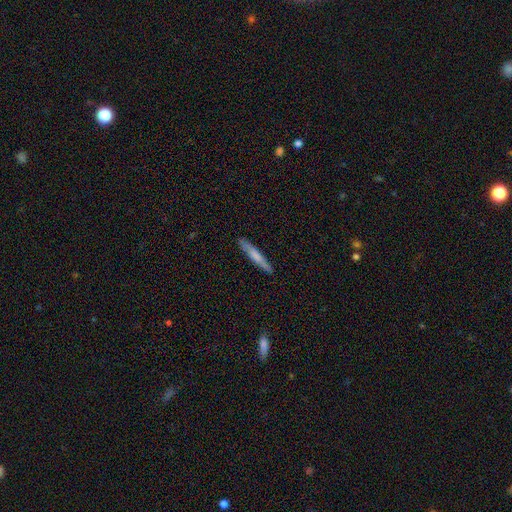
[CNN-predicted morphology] A smooth galaxy with no disk features (63%) that is cigar-shaped (94%).

Vote fractions:
- Smooth or featured? smooth: 63% / featured or disk: 31% / star or artifact: 5%
- How rounded? cigar-shaped: 94% / in between: 4% / round: 1%
- Merging? none: 88% / minor disturbance: 9% / major disturbance: 2% / merger: 1%